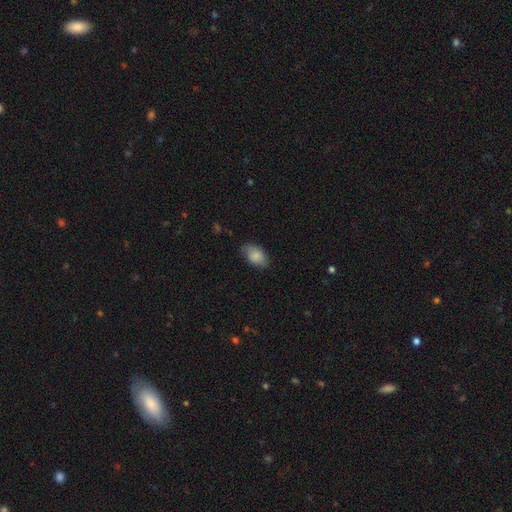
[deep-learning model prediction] Morphology: type=smooth (84%); roundness=in between (92%); merging=none (75%).